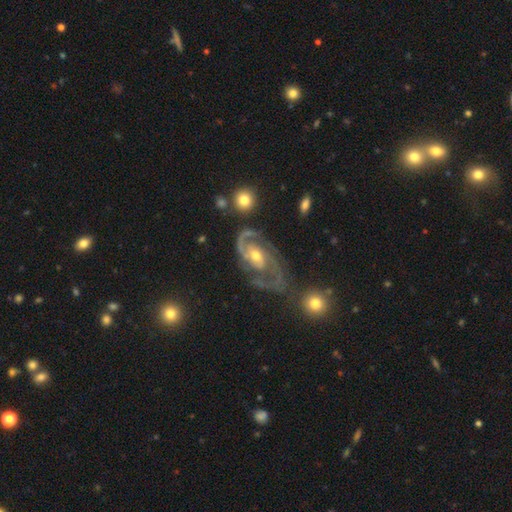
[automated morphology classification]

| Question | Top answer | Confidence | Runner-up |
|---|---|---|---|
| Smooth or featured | featured or disk | 90% | star or artifact (5%) |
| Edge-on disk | no | 97% | yes (3%) |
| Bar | no | 55% | weak (34%) |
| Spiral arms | yes | 97% | no (3%) |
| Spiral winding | medium | 45% | tight (42%) |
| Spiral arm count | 2 | 70% | can't tell (9%) |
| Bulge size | moderate | 62% | small (32%) |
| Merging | none | 48% | major disturbance (24%) |